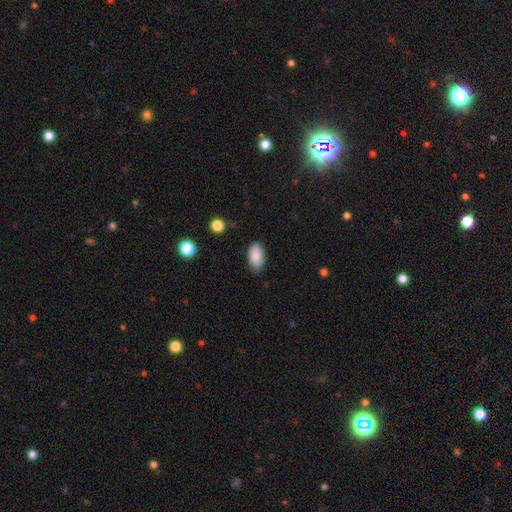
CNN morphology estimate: smooth 88%, star or artifact 7%, featured or disk 5%. Down the decision tree: how rounded — in between (94%); merging — none (80%).